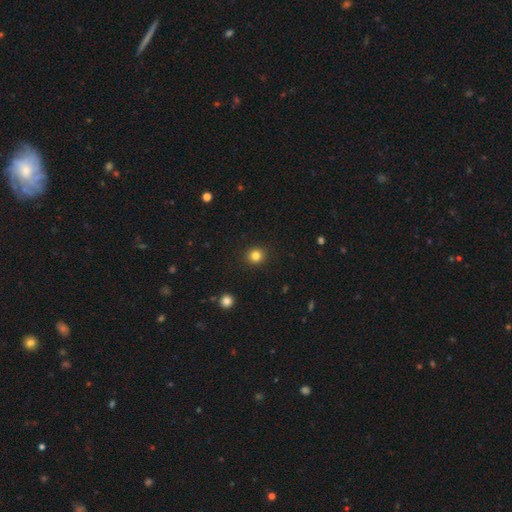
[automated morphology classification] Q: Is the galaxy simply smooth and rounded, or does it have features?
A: smooth — 82%.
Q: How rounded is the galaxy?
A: round — 88%.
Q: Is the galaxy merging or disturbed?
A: none — 91%.